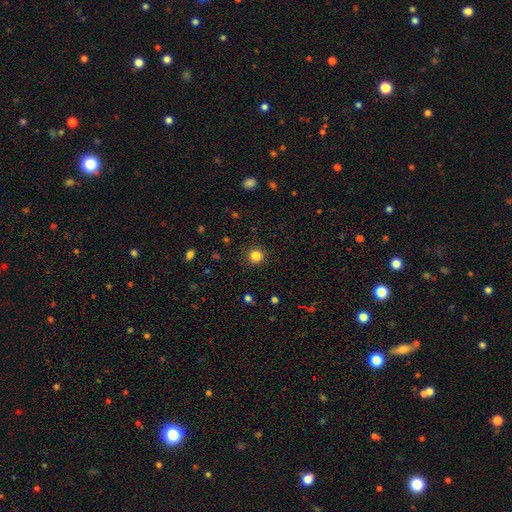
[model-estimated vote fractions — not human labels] Smooth or featured: smooth — 83% (star or artifact — 12%)
How rounded: round — 94% (in between — 5%)
Merging: none — 91% (minor disturbance — 6%)